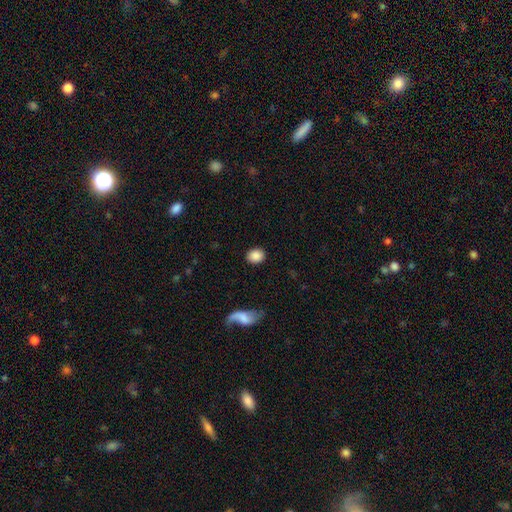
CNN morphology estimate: type=smooth (87%); roundness=round (60%); merging=none (87%).